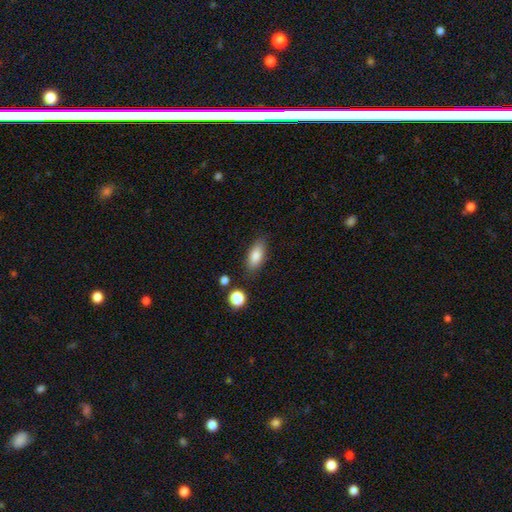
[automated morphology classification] type=smooth (84%); roundness=in between (83%); merging=none (83%).